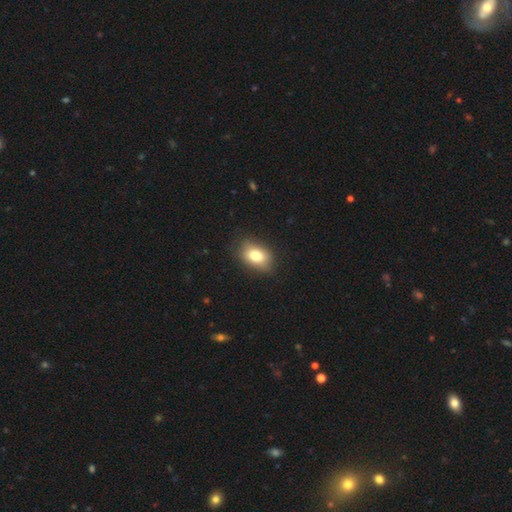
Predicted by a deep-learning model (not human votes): Smooth or featured? smooth (79%)
How rounded? in between (82%)
Merging? none (83%)